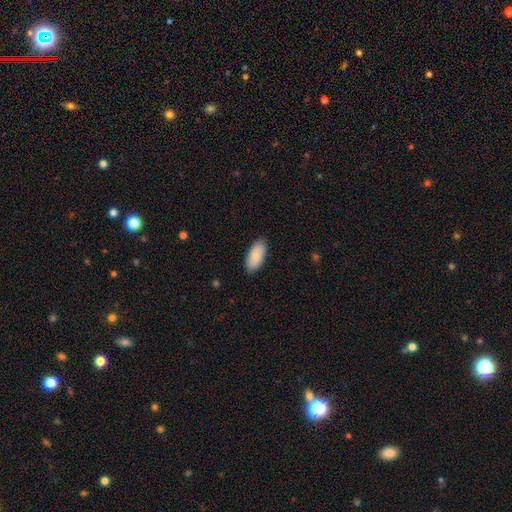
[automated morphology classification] smooth_or_featured: smooth (p=0.82) [alt: featured or disk p=0.12]
how_rounded: in between (p=0.92) [alt: cigar-shaped p=0.06]
merging: none (p=0.87) [alt: minor disturbance p=0.10]